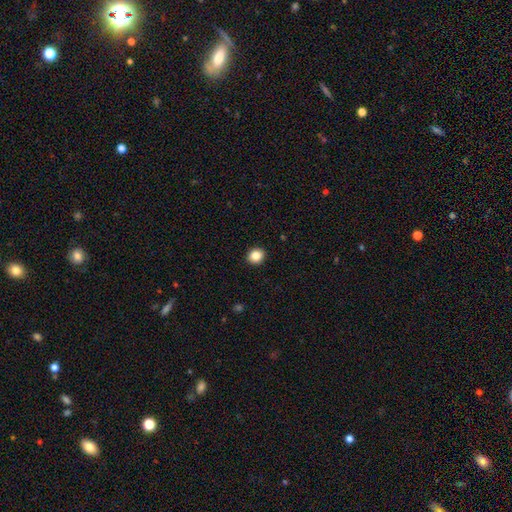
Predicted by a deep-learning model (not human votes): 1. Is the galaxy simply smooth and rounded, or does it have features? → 86% smooth, 10% star or artifact, 5% featured or disk.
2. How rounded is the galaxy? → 80% round, 19% in between, 1% cigar-shaped.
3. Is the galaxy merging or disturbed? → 92% none, 5% minor disturbance, 2% major disturbance, 1% merger.